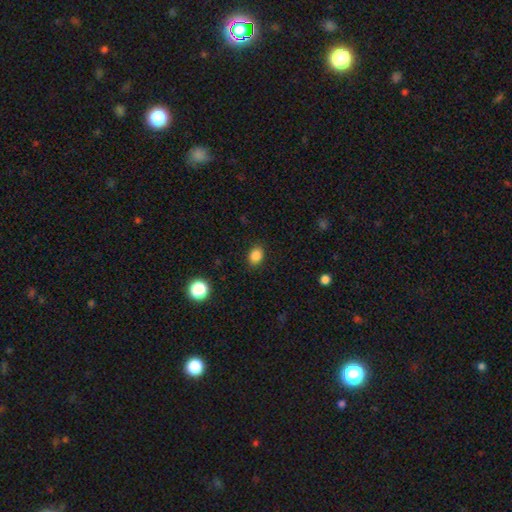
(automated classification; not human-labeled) This appears to be a smooth galaxy with no disk features (85%) that is in between round and cigar-shaped (63%). Merging: none (88%).